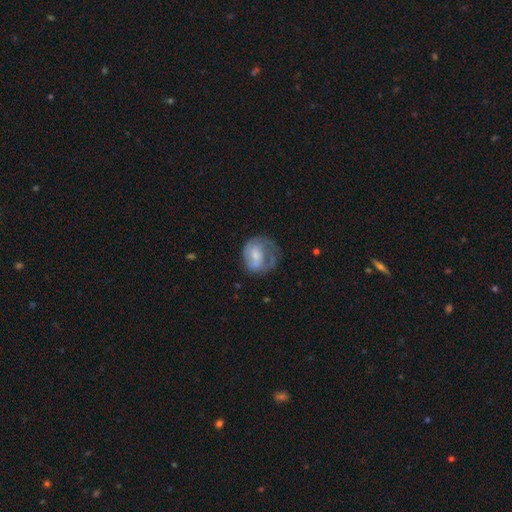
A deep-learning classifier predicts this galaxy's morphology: Q: Smooth or featured?
A: featured or disk (48%); runner-up: smooth (45%)
Q: Merging?
A: none (37%); runner-up: major disturbance (35%)